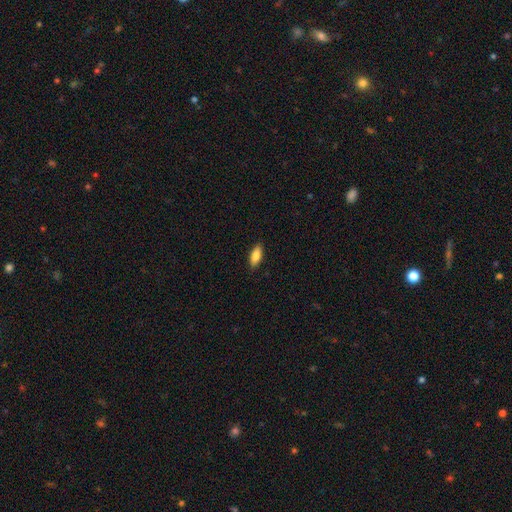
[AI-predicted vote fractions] Q: Smooth or featured?
A: smooth (81%); runner-up: featured or disk (12%)
Q: How rounded?
A: in between (78%); runner-up: cigar-shaped (20%)
Q: Merging?
A: none (88%); runner-up: minor disturbance (9%)